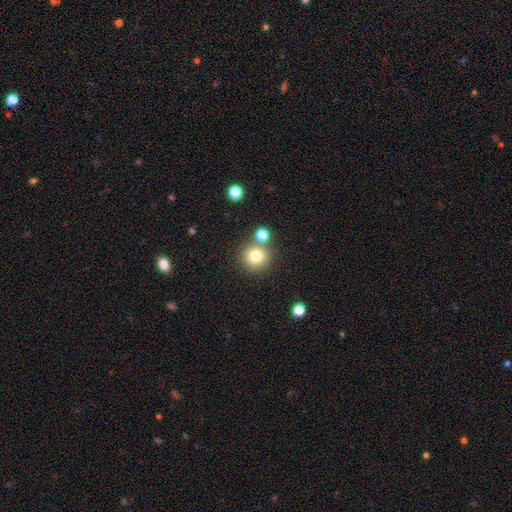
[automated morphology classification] A smooth galaxy with no disk features (78%) that is round (92%). Merging: none (75%).